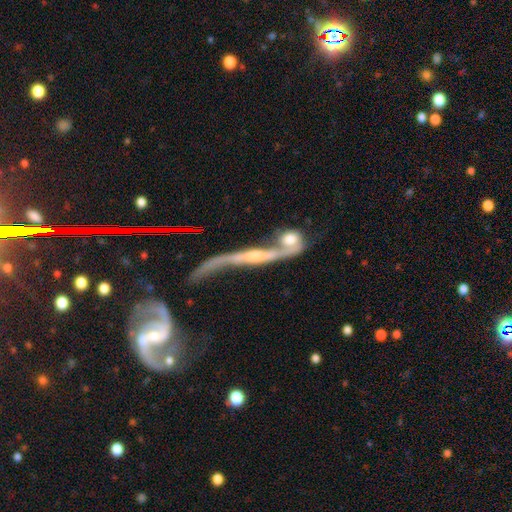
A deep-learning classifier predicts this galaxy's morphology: smooth-or-featured: featured or disk: 77% | smooth: 12% | star or artifact: 11%
  disk-edge-on: no: 67% | yes: 33%
    bar: no: 46% | weak: 35% | strong: 19%
    has-spiral-arms: yes: 80% | no: 20%
    bulge-size: small: 54% | moderate: 27% | none: 13% | large: 3% | dominant: 2%
  merging: merger: 48% | none: 25% | major disturbance: 15% | minor disturbance: 12%